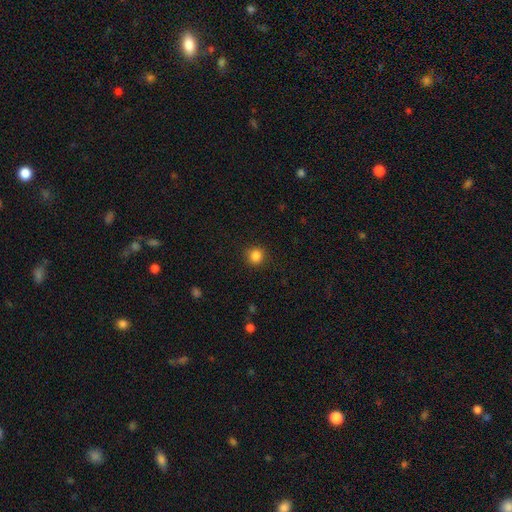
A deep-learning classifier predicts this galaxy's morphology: This appears to be a smooth galaxy with no disk features (85%) that is round (92%). Merging: none (91%).